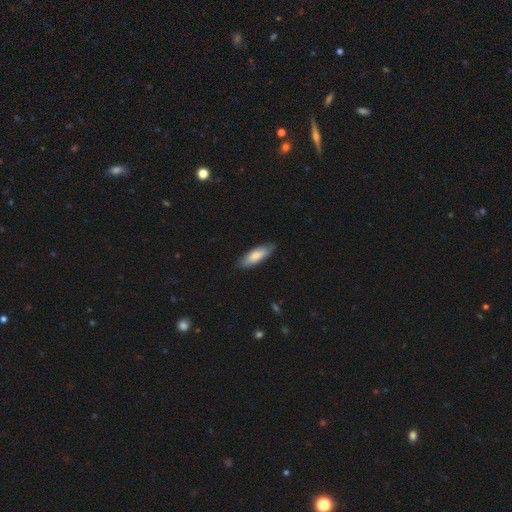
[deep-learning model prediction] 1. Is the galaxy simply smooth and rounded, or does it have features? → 76% smooth, 18% featured or disk, 5% star or artifact.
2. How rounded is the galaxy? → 62% in between, 36% cigar-shaped, 2% round.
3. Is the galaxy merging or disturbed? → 81% none, 16% minor disturbance, 2% major disturbance, 1% merger.